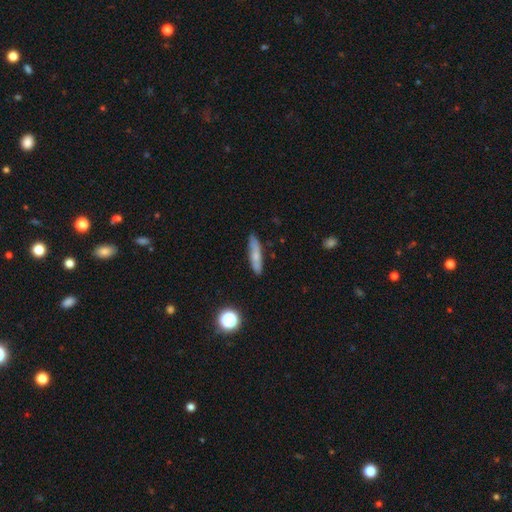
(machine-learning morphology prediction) The model was most divided on "smooth or featured": smooth: 69%, featured or disk: 23%, star or artifact: 8%. More confident: merging — none (85%); how rounded — cigar-shaped (85%).